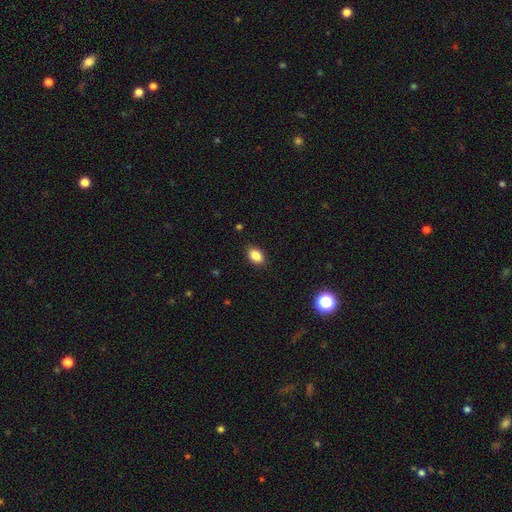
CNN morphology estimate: This is clearly a smooth galaxy (87%). How rounded: clearly in between (84%). Merging: clearly none (88%).